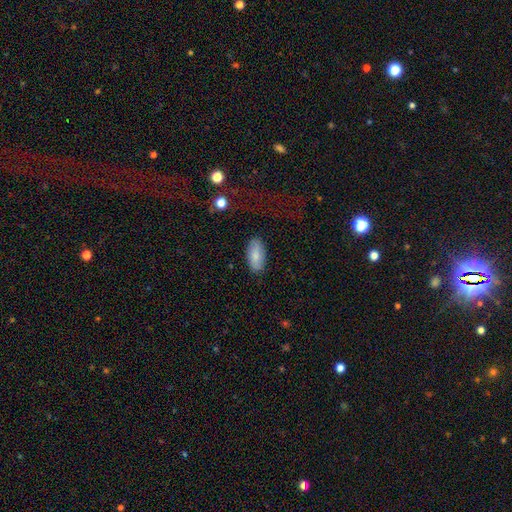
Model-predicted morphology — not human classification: Smooth or featured? smooth (81%)
How rounded? in between (90%)
Merging? none (86%)